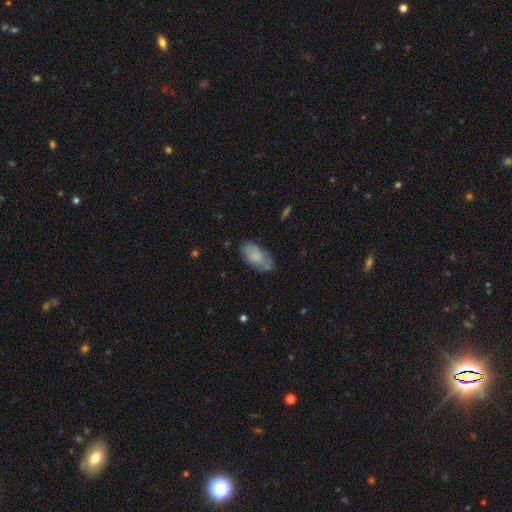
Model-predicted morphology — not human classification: A smooth galaxy with no disk features (77%) that is in between round and cigar-shaped (91%). Merging: none (66%).